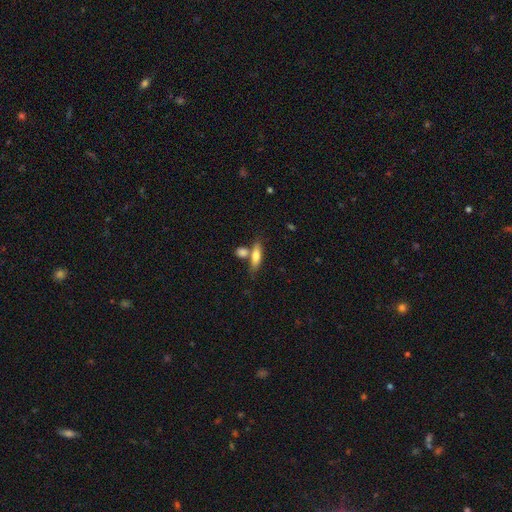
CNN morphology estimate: This appears to be a smooth galaxy with no disk features (71%) that is cigar-shaped (50%). Merging: none (57%).